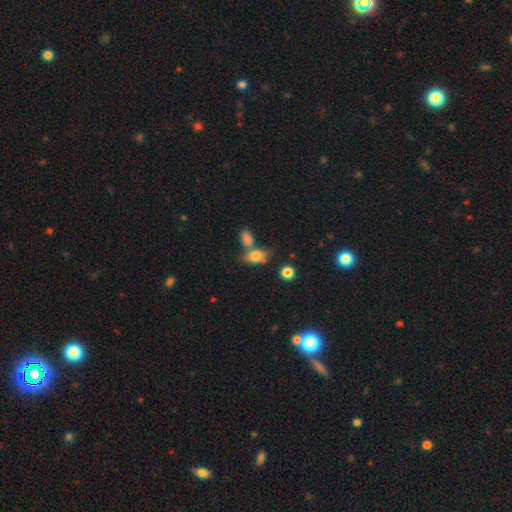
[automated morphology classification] smooth 77%, featured or disk 12%, star or artifact 10%. Down the decision tree: how rounded — in between (81%); merging — none (41%).